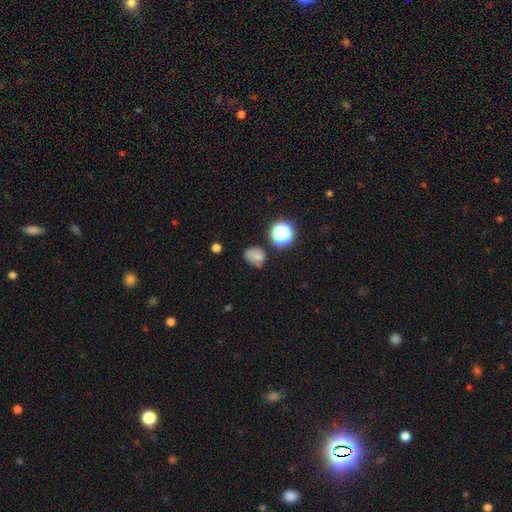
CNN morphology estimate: Smooth or featured? smooth (73%)
How rounded? round (53%)
Merging? none (56%)